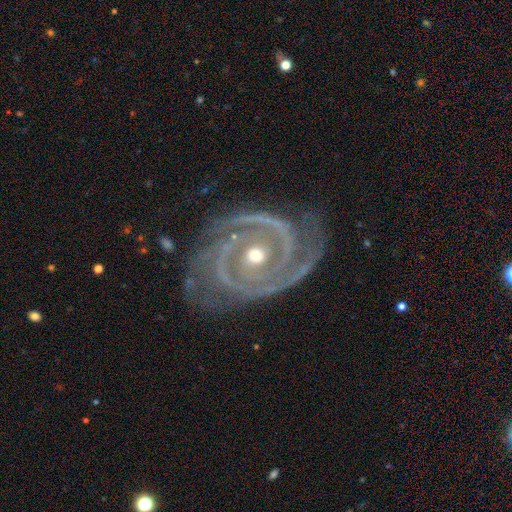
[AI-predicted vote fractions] Smooth or featured? featured or disk (93%)
Edge-on disk? no (97%)
Bar? no (72%)
Spiral arms? yes (97%)
Spiral winding? tight (74%)
Spiral arm count? 2 (70%)
Bulge size? moderate (64%)
Merging? none (72%)